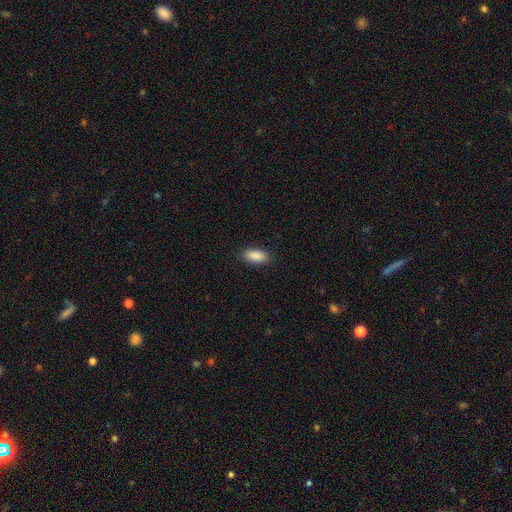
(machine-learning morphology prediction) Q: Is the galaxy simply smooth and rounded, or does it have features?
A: smooth — 90%.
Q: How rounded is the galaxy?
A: in between — 92%.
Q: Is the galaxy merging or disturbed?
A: none — 89%.